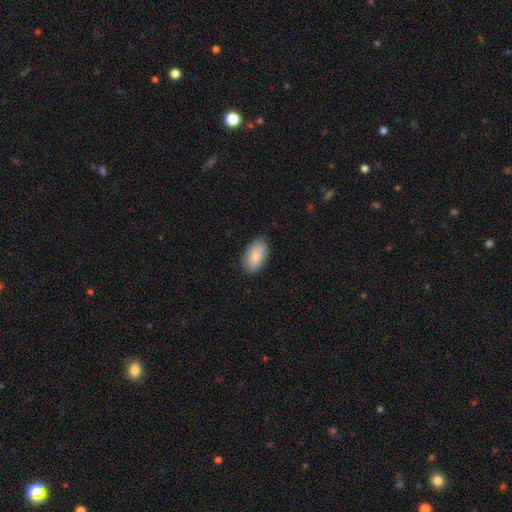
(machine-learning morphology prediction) Q: Smooth or featured?
A: smooth (82%); runner-up: featured or disk (12%)
Q: How rounded?
A: in between (93%); runner-up: round (5%)
Q: Merging?
A: none (85%); runner-up: minor disturbance (12%)